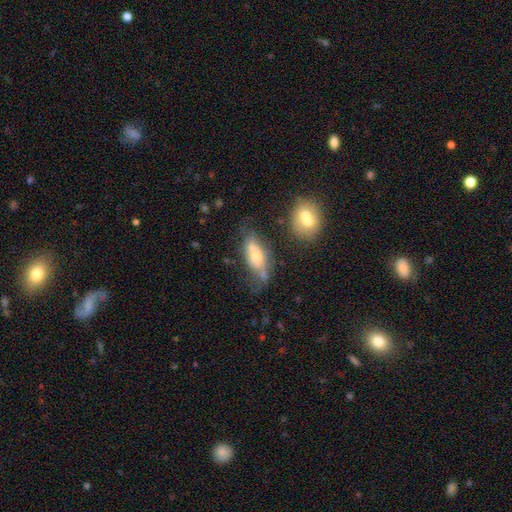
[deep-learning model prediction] Smooth or featured: smooth — 48% (featured or disk — 42%)
Merging: none — 44% (minor disturbance — 27%)